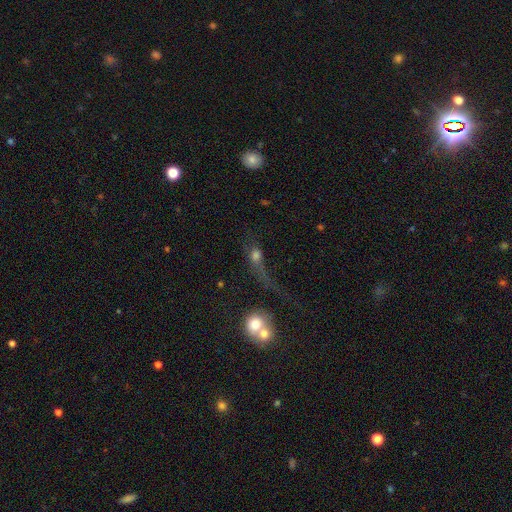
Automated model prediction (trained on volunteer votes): This appears to be a smooth galaxy with no disk features (51%) that is round (44%). Merging: major disturbance (42%).